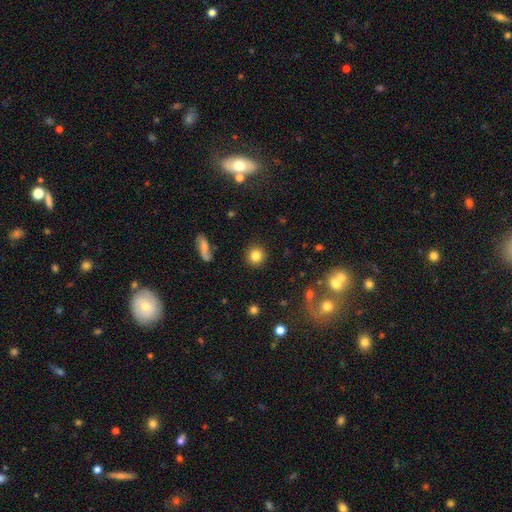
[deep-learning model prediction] Smooth or featured? smooth (83%)
How rounded? round (92%)
Merging? none (91%)